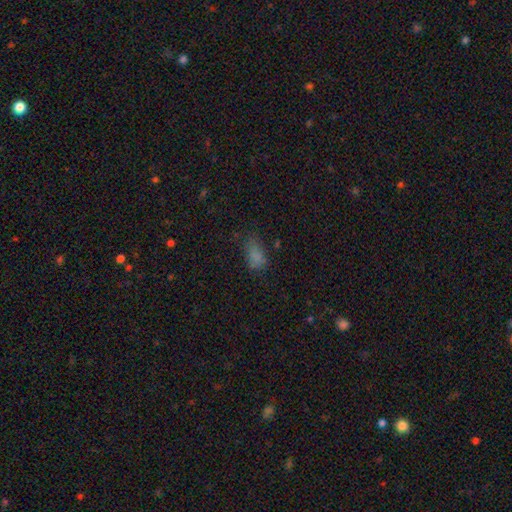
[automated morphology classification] Smooth or featured?
  - smooth: 73% *
  - star or artifact: 17%
  - featured or disk: 10%
How rounded?
  - in between: 88% *
  - round: 7%
  - cigar-shaped: 5%
Merging?
  - none: 50% *
  - minor disturbance: 29%
  - major disturbance: 18%
  - merger: 4%